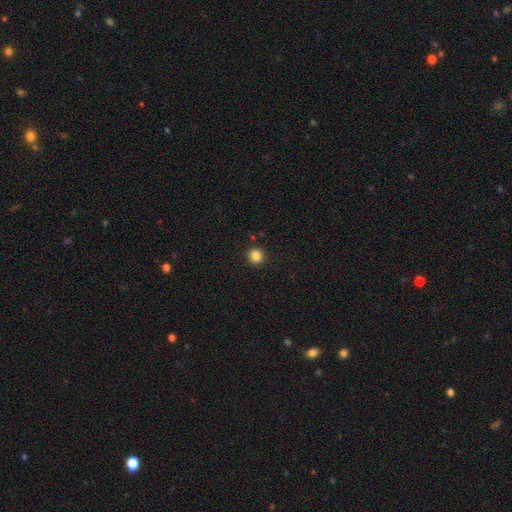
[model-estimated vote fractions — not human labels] Q: Smooth or featured?
A: smooth (85%); runner-up: star or artifact (11%)
Q: How rounded?
A: round (91%); runner-up: in between (8%)
Q: Merging?
A: none (91%); runner-up: minor disturbance (6%)